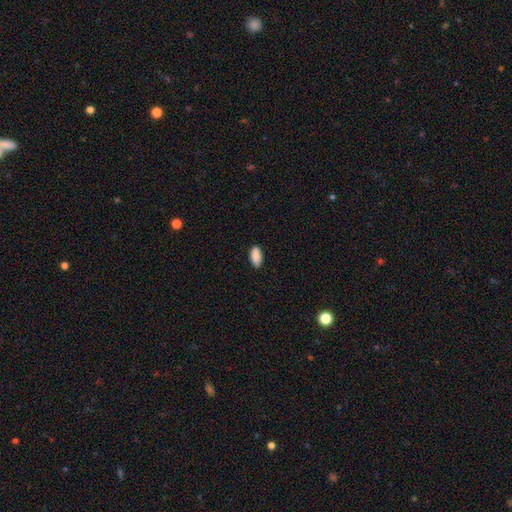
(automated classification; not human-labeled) Smooth or featured? Predicted: smooth (p=0.90). How rounded? Predicted: in between (p=0.92). Merging? Predicted: none (p=0.85).